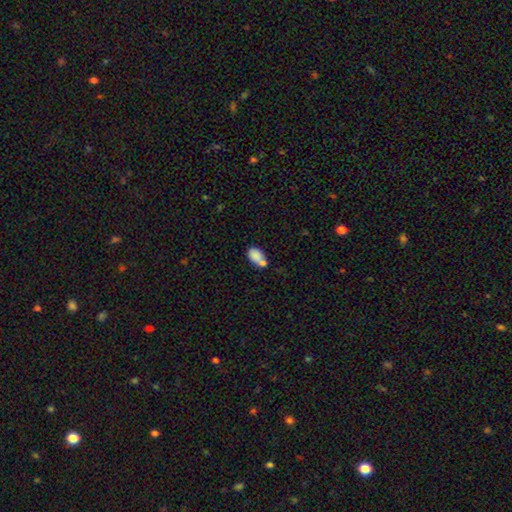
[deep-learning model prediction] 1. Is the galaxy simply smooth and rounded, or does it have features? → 81% smooth, 10% featured or disk, 9% star or artifact.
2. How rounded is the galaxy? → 85% in between, 13% round, 2% cigar-shaped.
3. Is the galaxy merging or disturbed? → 43% merger, 36% none, 15% minor disturbance, 6% major disturbance.